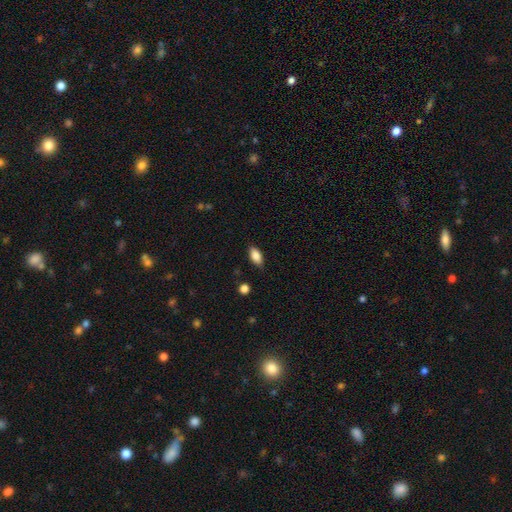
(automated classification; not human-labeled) Q: Smooth or featured?
A: smooth (84%); runner-up: featured or disk (9%)
Q: How rounded?
A: in between (89%); runner-up: cigar-shaped (8%)
Q: Merging?
A: none (84%); runner-up: minor disturbance (13%)